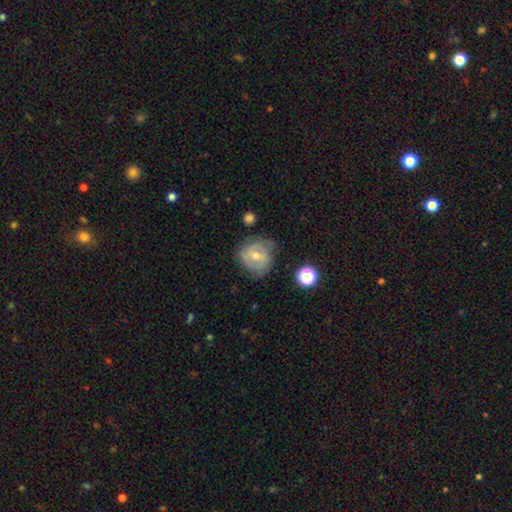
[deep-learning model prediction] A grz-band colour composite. It shows a featured or disk galaxy (59%) with a weak bar (53%), spiral arms (80%) and a moderate central bulge (49%). Merging: none (60%).